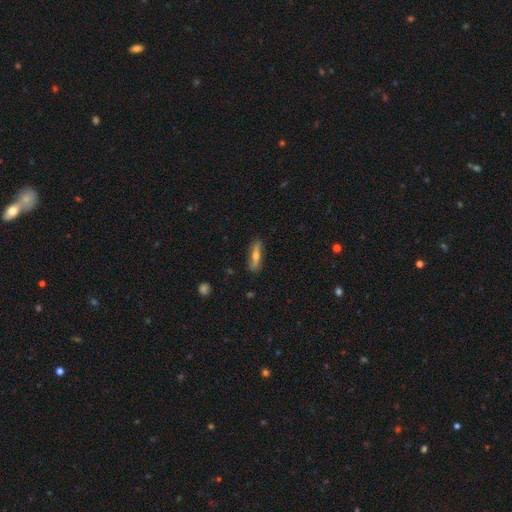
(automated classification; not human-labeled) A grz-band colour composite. It shows a featured or disk galaxy (48%). Merging: none (84%).